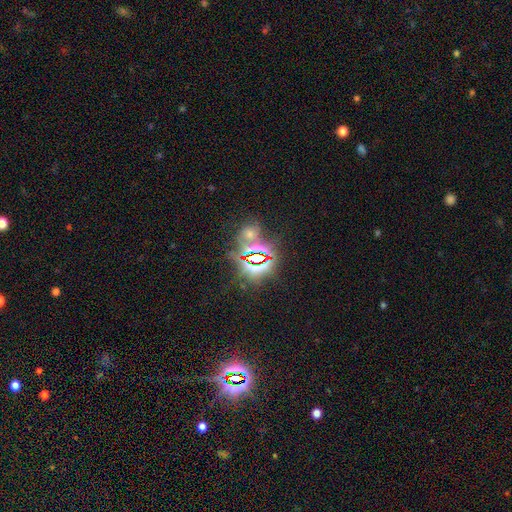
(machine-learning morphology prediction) A star or artifact, not a galaxy (78%).